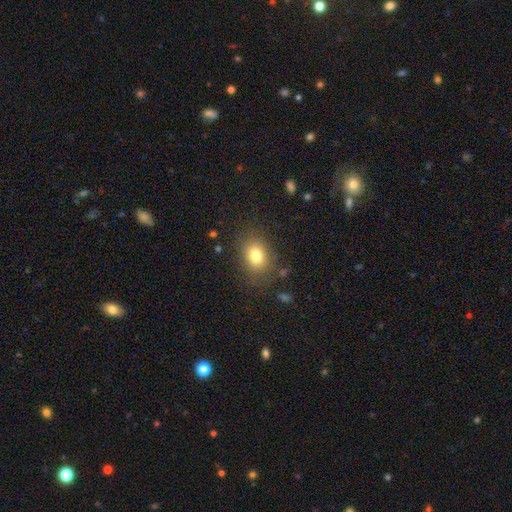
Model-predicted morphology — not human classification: smooth 79%, star or artifact 11%, featured or disk 10%. Down the decision tree: how rounded — in between (58%); merging — none (80%).